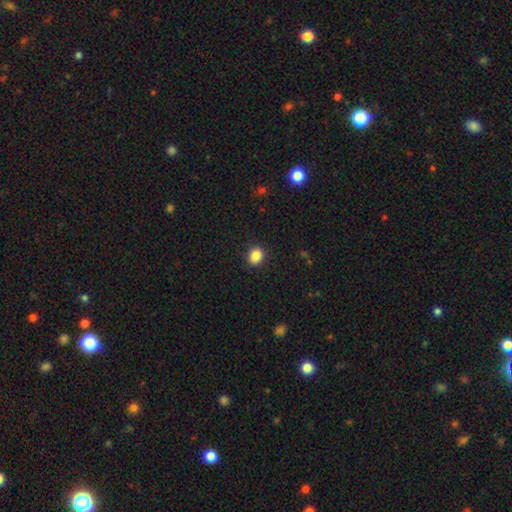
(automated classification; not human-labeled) Q: Smooth or featured?
A: smooth (86%); runner-up: star or artifact (10%)
Q: How rounded?
A: round (59%); runner-up: in between (40%)
Q: Merging?
A: none (90%); runner-up: minor disturbance (7%)